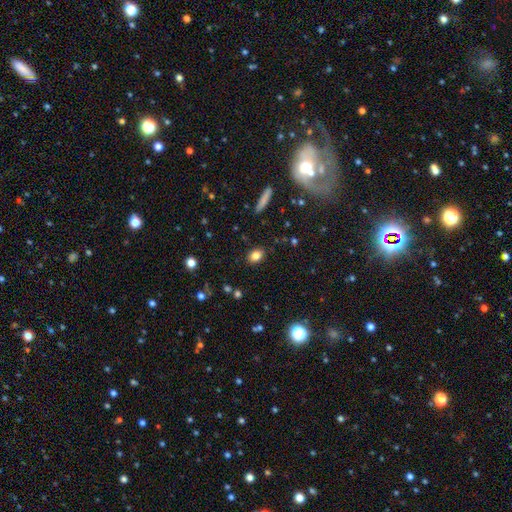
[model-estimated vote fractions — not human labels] Q: Smooth or featured?
A: smooth (83%); runner-up: star or artifact (10%)
Q: How rounded?
A: in between (73%); runner-up: round (25%)
Q: Merging?
A: none (87%); runner-up: minor disturbance (9%)